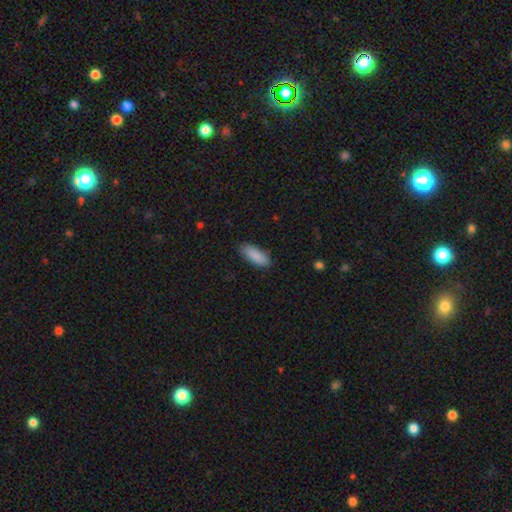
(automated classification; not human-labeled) Smooth or featured? Predicted: smooth (p=0.90). How rounded? Predicted: in between (p=0.74). Merging? Predicted: none (p=0.86).